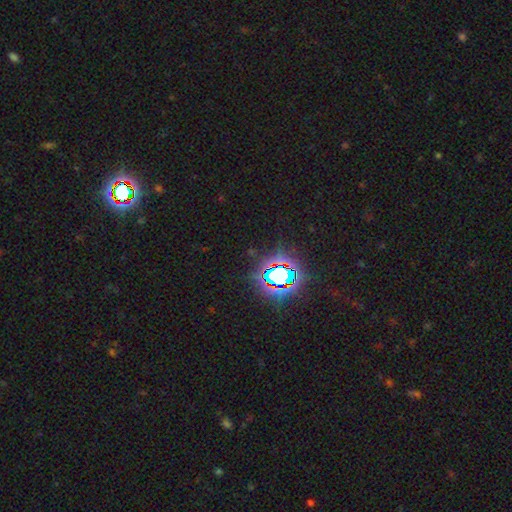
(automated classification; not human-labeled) A star or artifact, not a galaxy (80%).